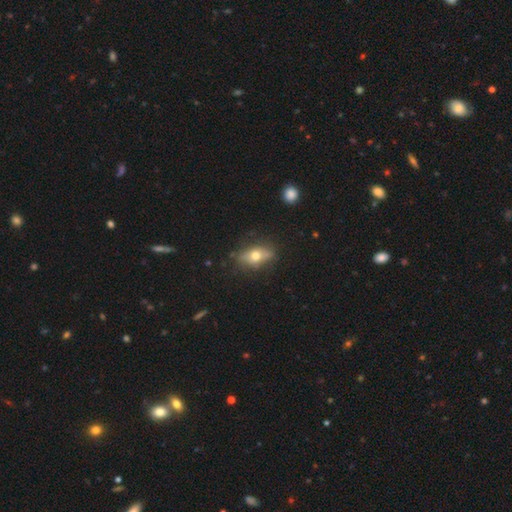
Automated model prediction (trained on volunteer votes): Overall: smooth (53%; featured or disk 38%). How rounded: in between (75%). Merging: none (76%).